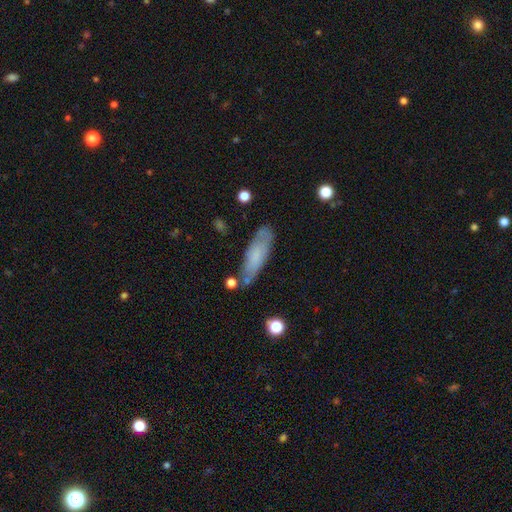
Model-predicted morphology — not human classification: smooth 64%, featured or disk 28%, star or artifact 8%. Down the decision tree: how rounded — cigar-shaped (49%, tied with in between); merging — none (70%).